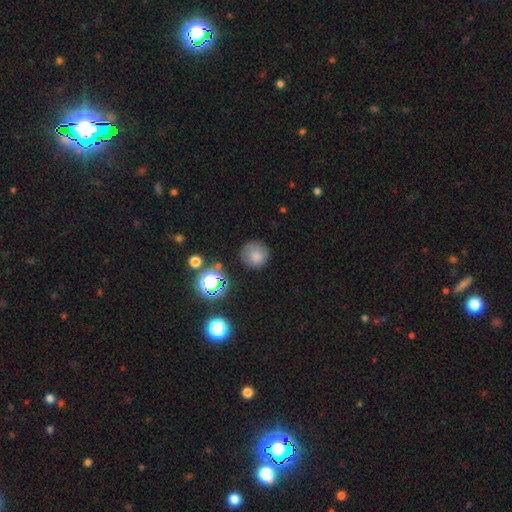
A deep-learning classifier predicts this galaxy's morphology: smooth 77%, star or artifact 14%, featured or disk 9%. Down the decision tree: how rounded — round (93%); merging — none (80%).